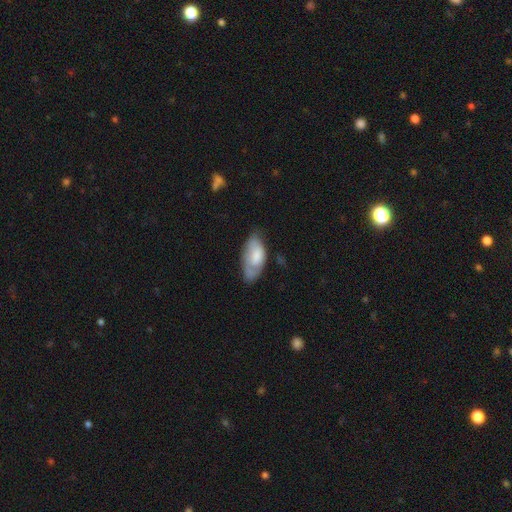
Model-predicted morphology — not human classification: A smooth galaxy with no disk features (63%) that is in between round and cigar-shaped (91%). Merging: none (52%).